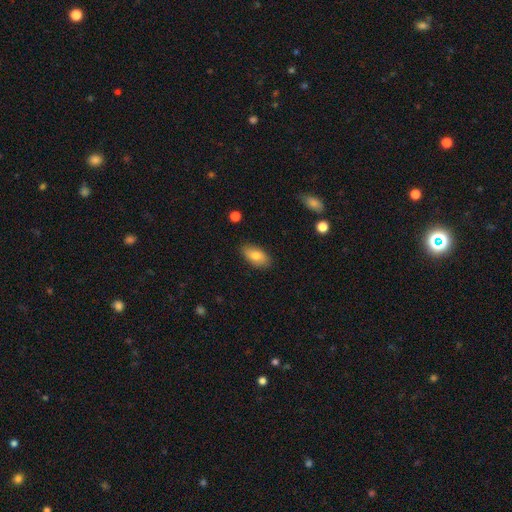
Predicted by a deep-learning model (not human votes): smooth 79%, featured or disk 14%, star or artifact 7%. Down the decision tree: how rounded — in between (93%); merging — none (85%).